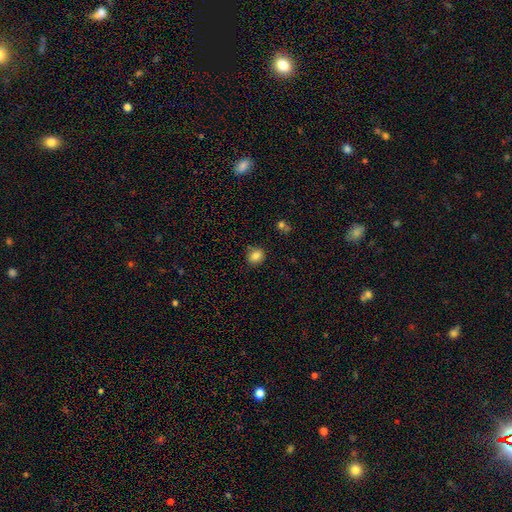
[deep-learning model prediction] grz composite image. It shows a smooth galaxy with no disk features (84%) that is round (67%). Merging: none (83%).